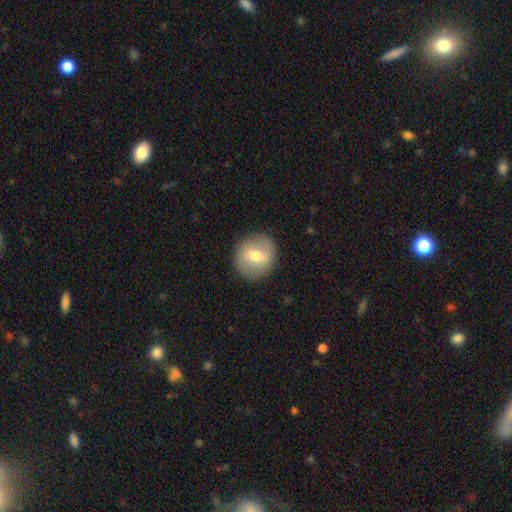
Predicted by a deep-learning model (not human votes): A smooth galaxy with no disk features (56%) that is round (87%).

Vote fractions:
- Smooth or featured? smooth: 56% / featured or disk: 36% / star or artifact: 7%
- How rounded? round: 87% / in between: 12% / cigar-shaped: 1%
- Merging? none: 89% / minor disturbance: 7% / major disturbance: 3% / merger: 1%